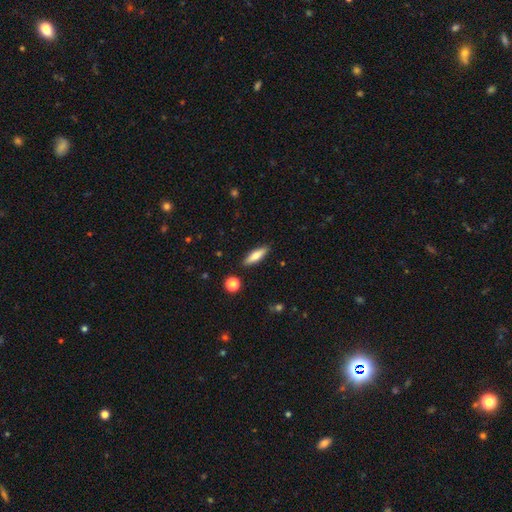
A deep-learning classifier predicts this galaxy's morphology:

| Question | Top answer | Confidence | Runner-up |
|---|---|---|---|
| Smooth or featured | smooth | 69% | featured or disk (24%) |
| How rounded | cigar-shaped | 61% | in between (37%) |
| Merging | none | 88% | minor disturbance (8%) |